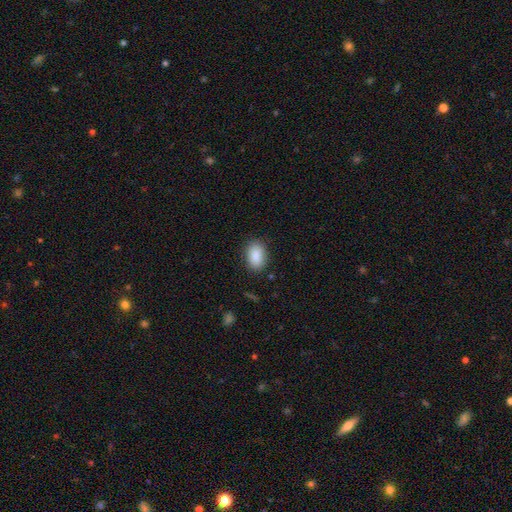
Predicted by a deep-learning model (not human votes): Overall: smooth (89%). How rounded: in between (88%). Merging: none (86%).